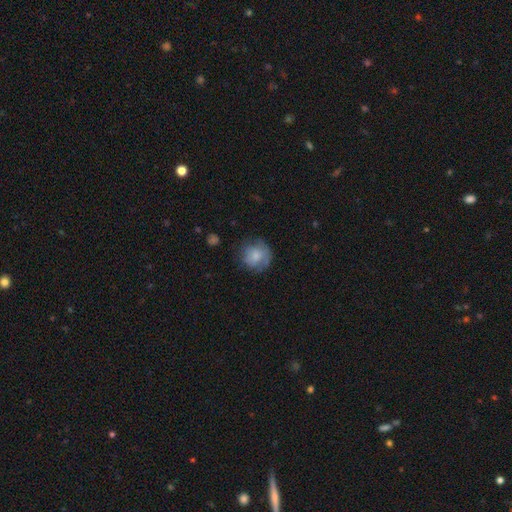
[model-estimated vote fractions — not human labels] Overall: smooth (70%). How rounded: round (87%). Merging: none (64%).